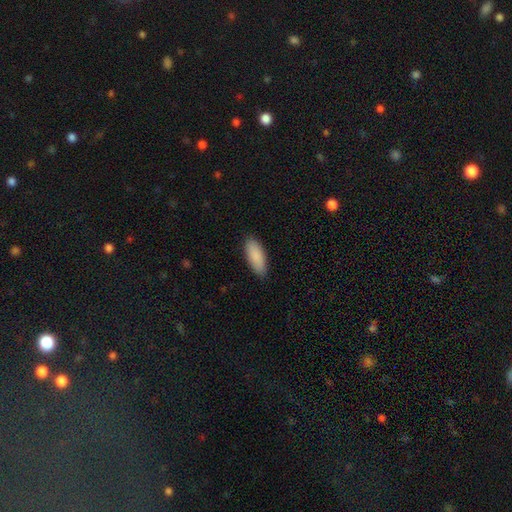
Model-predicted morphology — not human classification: Smooth or featured? smooth (89%)
How rounded? in between (78%)
Merging? none (88%)